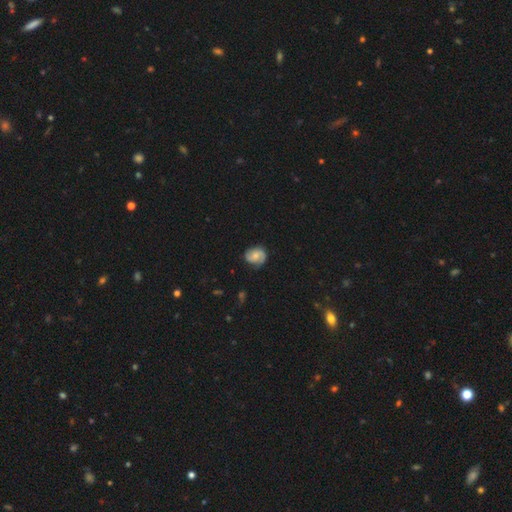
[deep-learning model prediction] This appears to be a featured or disk galaxy (61%) with no bar (59%), 2 (83%) medium (44%) spiral arms (92%) and a moderate central bulge (47%). Merging: none (75%).